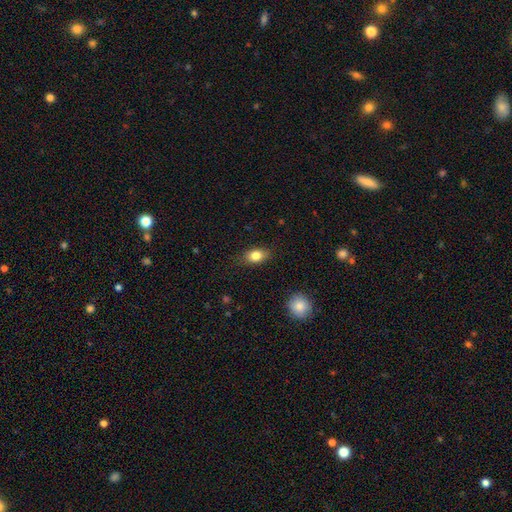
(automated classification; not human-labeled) Q: Smooth or featured?
A: smooth (82%); runner-up: featured or disk (10%)
Q: How rounded?
A: in between (80%); runner-up: round (17%)
Q: Merging?
A: none (82%); runner-up: minor disturbance (14%)